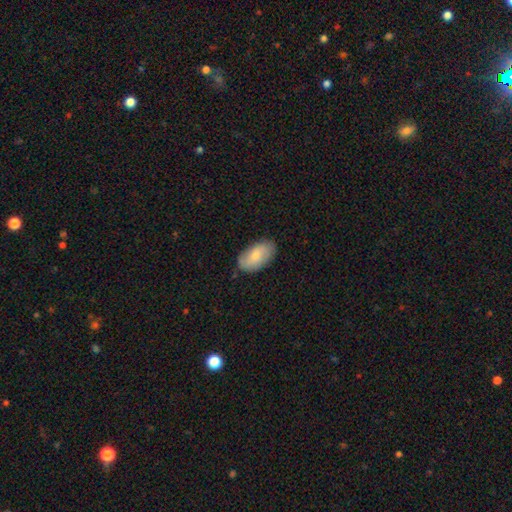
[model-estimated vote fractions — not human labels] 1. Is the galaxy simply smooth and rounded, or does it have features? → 71% smooth, 23% featured or disk, 6% star or artifact.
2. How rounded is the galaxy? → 94% in between, 4% round, 2% cigar-shaped.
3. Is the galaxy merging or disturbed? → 84% none, 13% minor disturbance, 2% major disturbance, 1% merger.